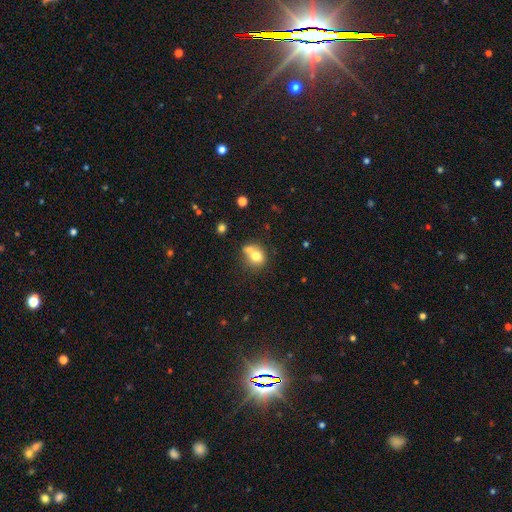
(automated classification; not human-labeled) This is likely a smooth galaxy (73%). How rounded: likely round (71%). Merging: marginally none (42%).